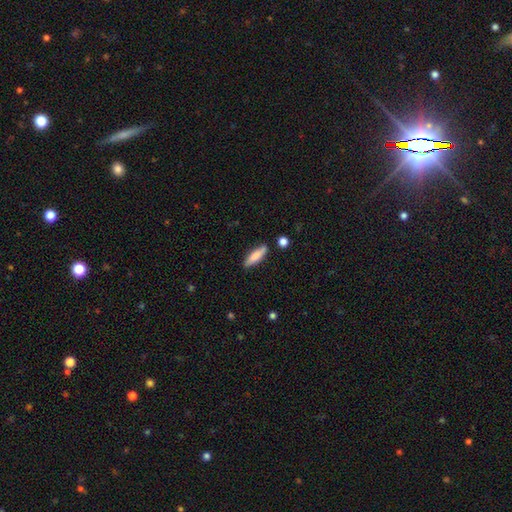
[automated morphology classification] A smooth galaxy with no disk features (76%) that is cigar-shaped (61%). Merging: none (80%).